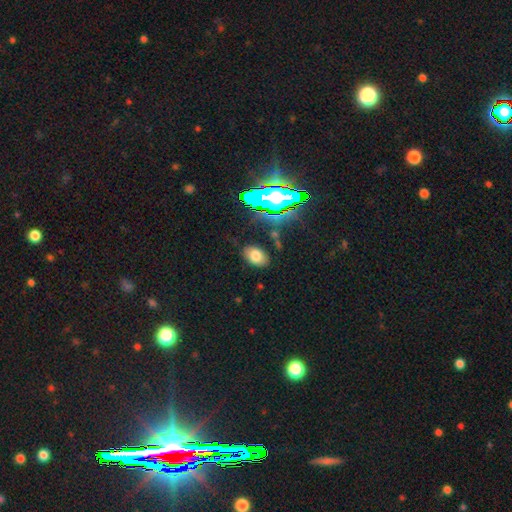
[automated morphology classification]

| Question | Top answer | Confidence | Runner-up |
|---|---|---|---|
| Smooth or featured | smooth | 70% | star or artifact (18%) |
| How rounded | in between | 85% | round (14%) |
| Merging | none | 79% | minor disturbance (14%) |